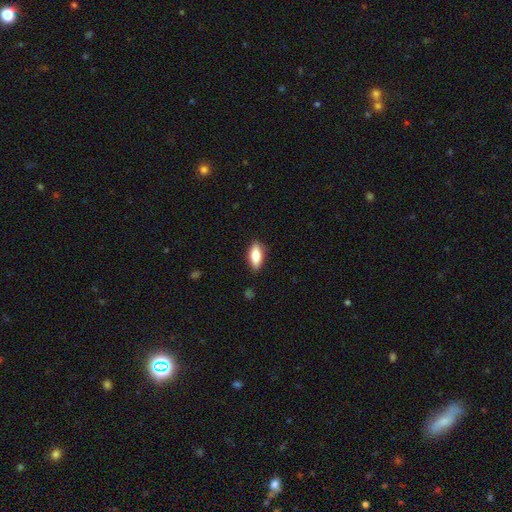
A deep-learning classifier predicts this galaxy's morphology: smooth-or-featured: smooth: 75% | featured or disk: 19% | star or artifact: 7%
  how-rounded: in between: 76% | cigar-shaped: 21% | round: 3%
  merging: none: 84% | minor disturbance: 12% | major disturbance: 2% | merger: 1%